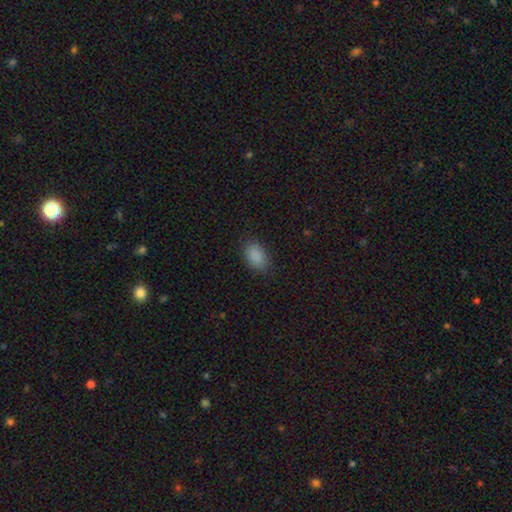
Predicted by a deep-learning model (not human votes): Smooth or featured: smooth — 88% (star or artifact — 9%)
How rounded: in between — 89% (round — 9%)
Merging: none — 83% (minor disturbance — 13%)